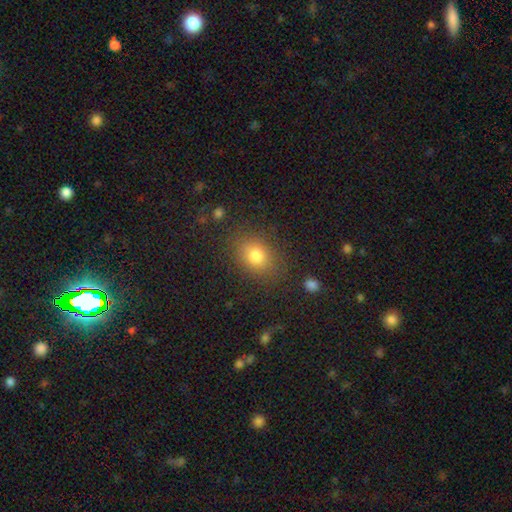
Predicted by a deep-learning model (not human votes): Smooth or featured: smooth — 77% (star or artifact — 13%)
How rounded: in between — 52% (round — 47%)
Merging: none — 82% (minor disturbance — 11%)